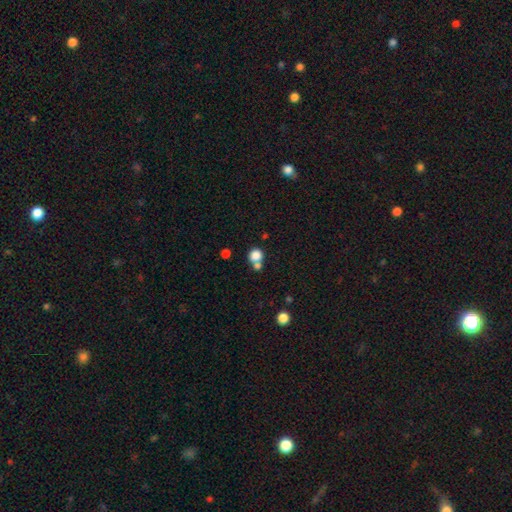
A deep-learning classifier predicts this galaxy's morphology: Smooth or featured?
  - smooth: 82% *
  - star or artifact: 11%
  - featured or disk: 7%
How rounded?
  - round: 86% *
  - in between: 13%
  - cigar-shaped: 1%
Merging?
  - none: 48% *
  - merger: 41%
  - minor disturbance: 7%
  - major disturbance: 4%